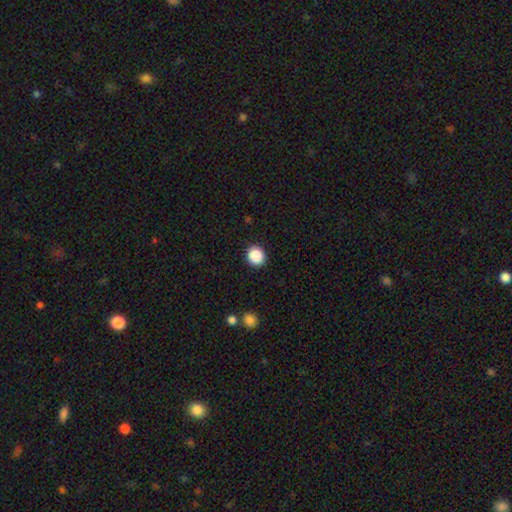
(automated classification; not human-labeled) Smooth or featured? Predicted: smooth (p=0.89). How rounded? Predicted: round (p=0.88). Merging? Predicted: none (p=0.92).